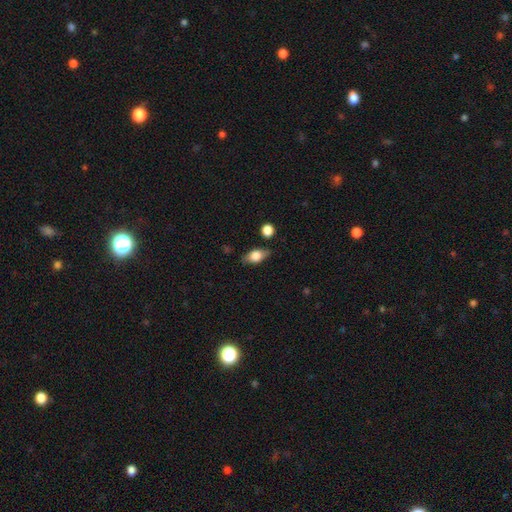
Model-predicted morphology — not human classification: Smooth or featured: smooth — 67% (featured or disk — 25%)
How rounded: in between — 78% (round — 14%)
Merging: none — 76% (minor disturbance — 17%)